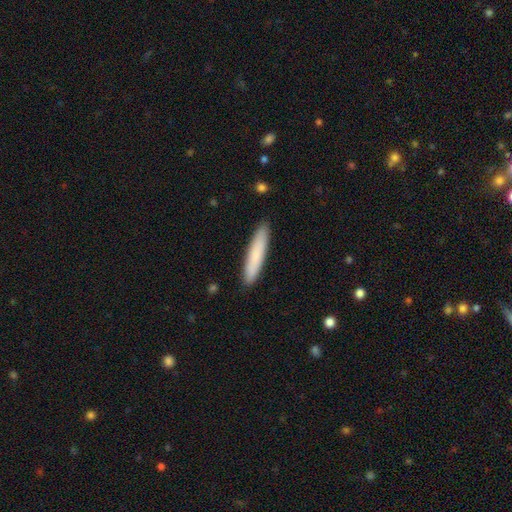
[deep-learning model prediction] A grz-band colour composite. It shows a smooth galaxy with no disk features (79%) that is cigar-shaped (90%). Merging: none (90%).